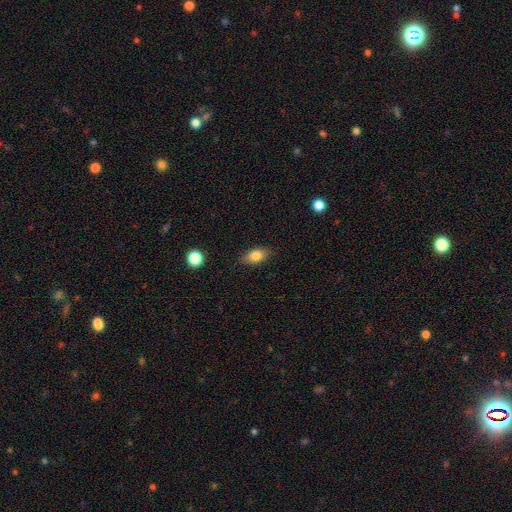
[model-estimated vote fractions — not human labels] Morphology: type=smooth (82%); roundness=in between (86%); merging=none (84%).